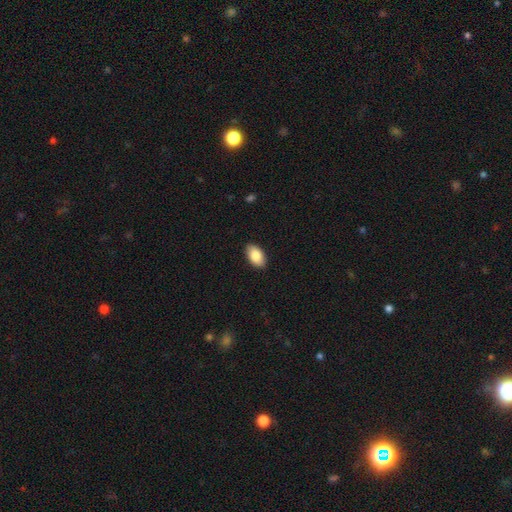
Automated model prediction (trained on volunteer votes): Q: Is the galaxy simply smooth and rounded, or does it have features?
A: smooth — 85%.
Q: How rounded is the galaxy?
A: in between — 94%.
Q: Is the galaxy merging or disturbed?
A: none — 89%.